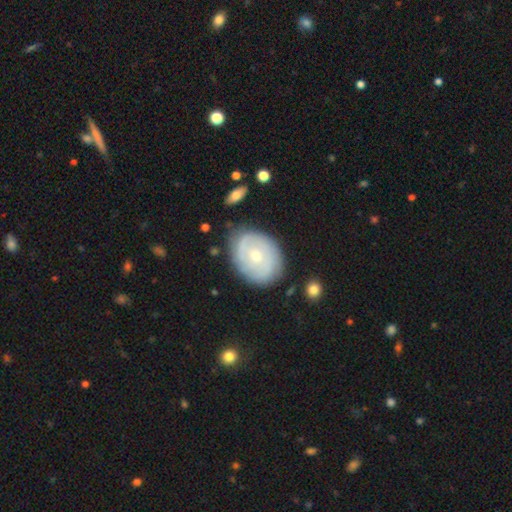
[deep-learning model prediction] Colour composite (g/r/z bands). It shows a featured or disk galaxy (68%) with no bar (71%), 2 (42%) tight (66%) spiral arms (84%) and a small central bulge (51%). Merging: none (78%).